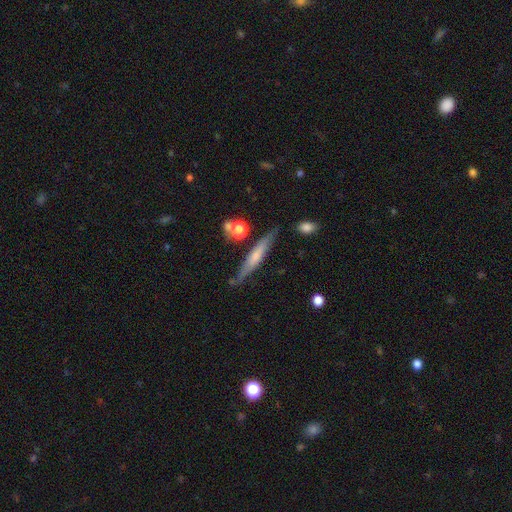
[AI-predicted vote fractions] smooth_or_featured: featured or disk (p=0.47) [alt: smooth p=0.46]
merging: none (p=0.79) [alt: minor disturbance p=0.13]